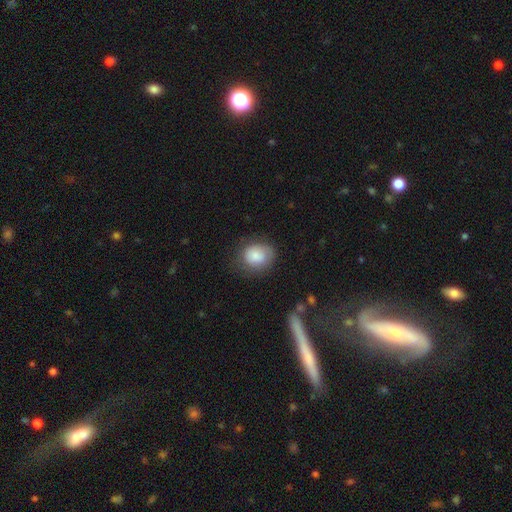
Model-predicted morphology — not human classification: Smooth or featured?
  - smooth: 80% *
  - featured or disk: 13%
  - star or artifact: 7%
How rounded?
  - round: 60% *
  - in between: 39%
  - cigar-shaped: 1%
Merging?
  - none: 67% *
  - minor disturbance: 22%
  - major disturbance: 9%
  - merger: 2%